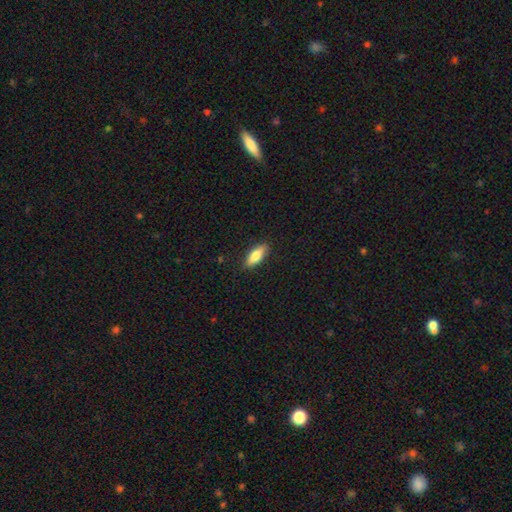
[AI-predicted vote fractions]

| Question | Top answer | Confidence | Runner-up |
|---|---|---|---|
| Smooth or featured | smooth | 74% | featured or disk (20%) |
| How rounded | in between | 65% | cigar-shaped (32%) |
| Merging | none | 88% | minor disturbance (9%) |